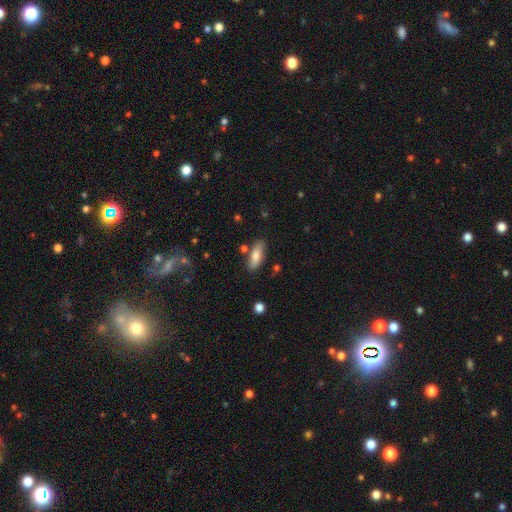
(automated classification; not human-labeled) Smooth or featured? Predicted: smooth (p=0.78). How rounded? Predicted: in between (p=0.66). Merging? Predicted: none (p=0.79).